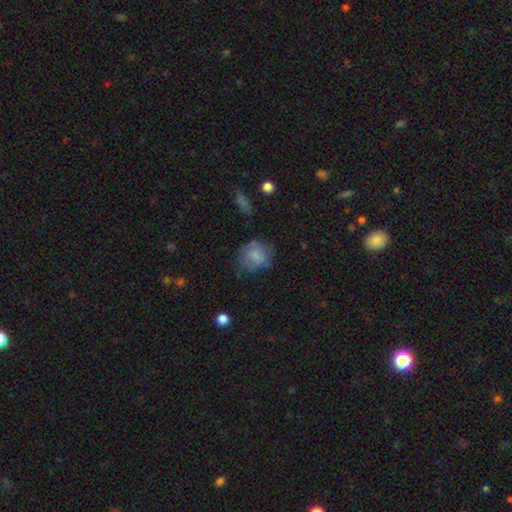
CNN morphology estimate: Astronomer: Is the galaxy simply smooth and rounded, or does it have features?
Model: smooth — 71%.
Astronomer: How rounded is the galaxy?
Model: round — 68%.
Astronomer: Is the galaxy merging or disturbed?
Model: none — 54%.